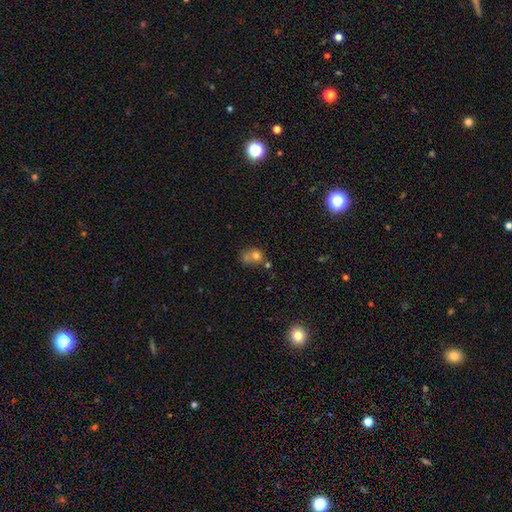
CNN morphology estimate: The model was most divided on "merging": merger: 37%, none: 32%, minor disturbance: 18%, major disturbance: 14%. More confident: smooth or featured — smooth (70%); how rounded — round (64%).